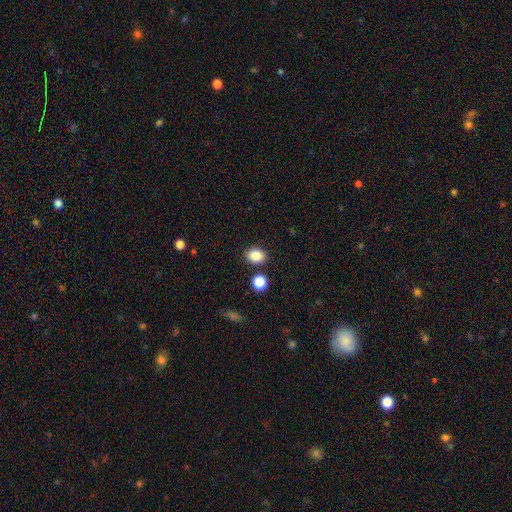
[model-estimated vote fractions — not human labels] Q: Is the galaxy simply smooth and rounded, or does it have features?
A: smooth — 85%.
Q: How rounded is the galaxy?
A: in between — 57%.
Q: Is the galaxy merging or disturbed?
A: none — 84%.